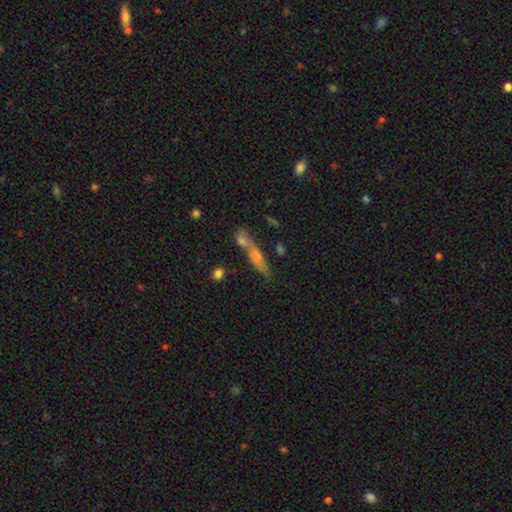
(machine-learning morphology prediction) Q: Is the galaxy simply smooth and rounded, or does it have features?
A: smooth — 49%.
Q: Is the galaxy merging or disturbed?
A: none — 55%.